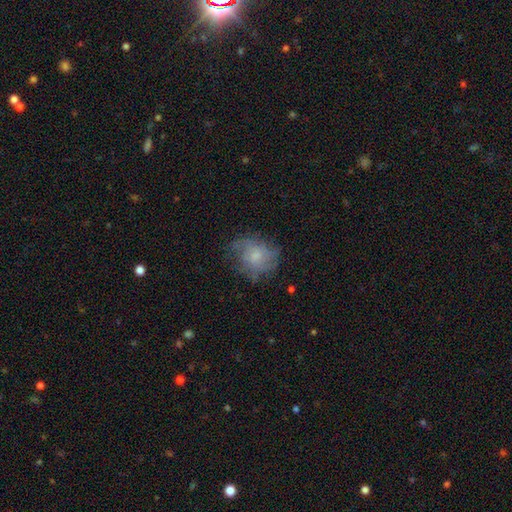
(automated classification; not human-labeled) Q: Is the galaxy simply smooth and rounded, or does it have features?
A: featured or disk — 46%.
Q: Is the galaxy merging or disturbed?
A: none — 60%.